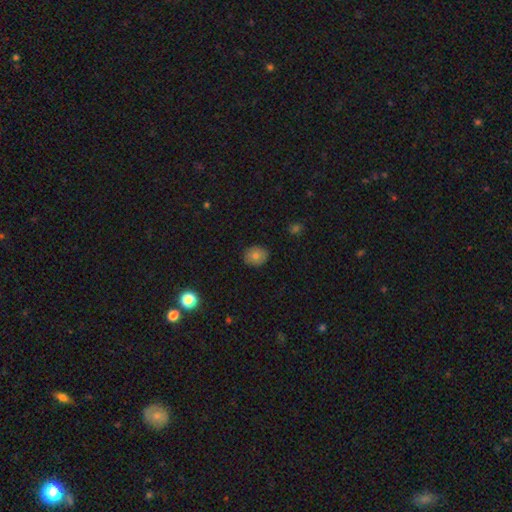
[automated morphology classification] Smooth or featured: smooth — 75% (featured or disk — 14%)
How rounded: round — 60% (in between — 39%)
Merging: none — 85% (minor disturbance — 11%)